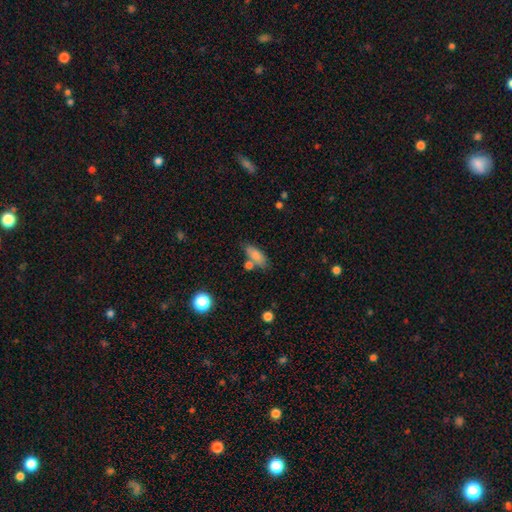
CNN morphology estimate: smooth-or-featured: smooth: 81% | featured or disk: 11% | star or artifact: 8%
  how-rounded: in between: 75% | cigar-shaped: 22% | round: 3%
  merging: none: 62% | merger: 17% | minor disturbance: 16% | major disturbance: 5%